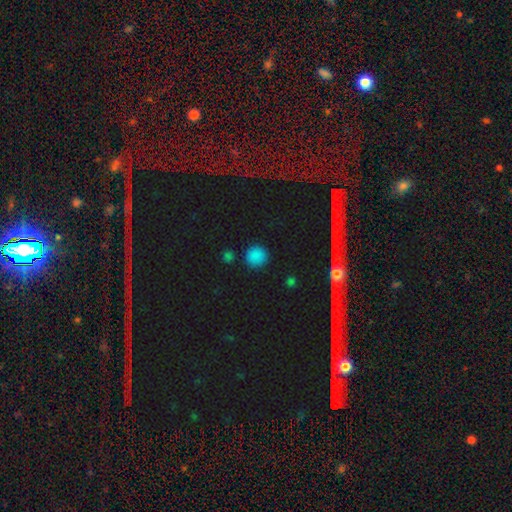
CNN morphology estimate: Q: Smooth or featured?
A: smooth (82%); runner-up: star or artifact (15%)
Q: How rounded?
A: round (91%); runner-up: in between (8%)
Q: Merging?
A: none (87%); runner-up: minor disturbance (8%)